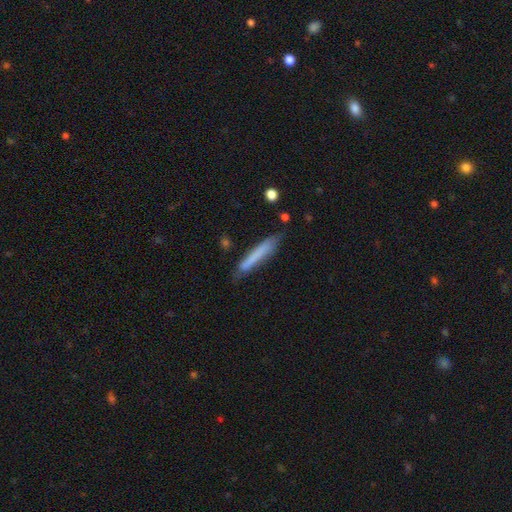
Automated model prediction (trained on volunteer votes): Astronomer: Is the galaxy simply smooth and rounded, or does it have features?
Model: smooth — 70%.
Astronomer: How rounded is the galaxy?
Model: cigar-shaped — 94%.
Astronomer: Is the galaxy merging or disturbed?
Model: none — 73%.